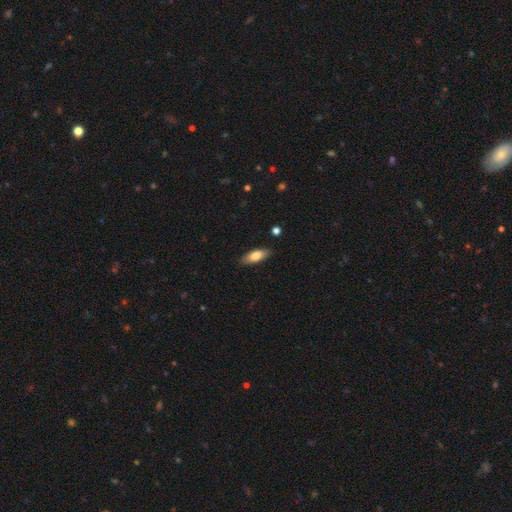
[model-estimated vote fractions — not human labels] Smooth or featured? smooth (78%)
How rounded? in between (75%)
Merging? none (86%)